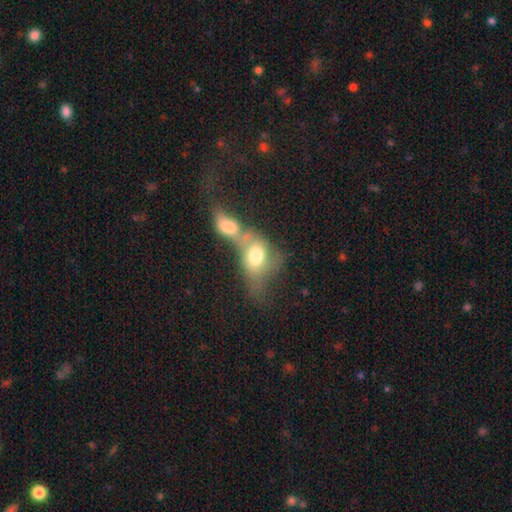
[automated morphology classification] smooth_or_featured: smooth (p=0.63) [alt: featured or disk p=0.28]
how_rounded: in between (p=0.76) [alt: round p=0.19]
merging: merger (p=0.77) [alt: major disturbance p=0.10]